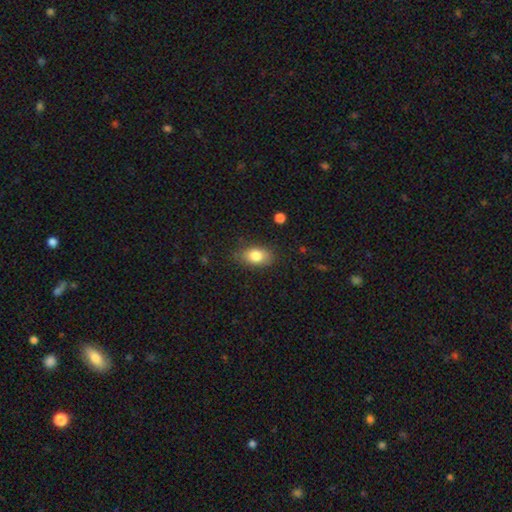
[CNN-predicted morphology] This appears to be a smooth galaxy with no disk features (82%) that is in between round and cigar-shaped (86%). Merging: none (81%).